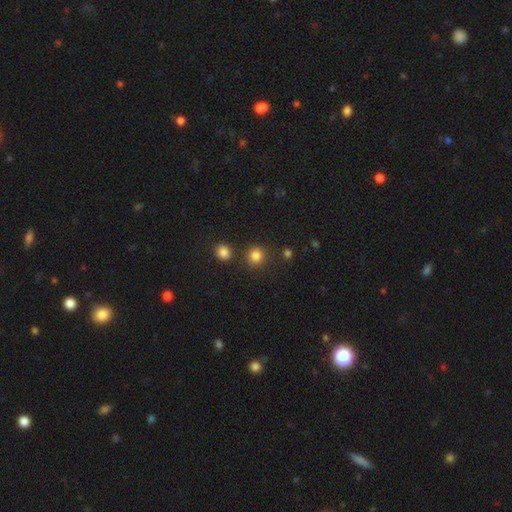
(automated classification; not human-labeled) Overall: smooth (83%). How rounded: round (90%). Merging: none (83%).